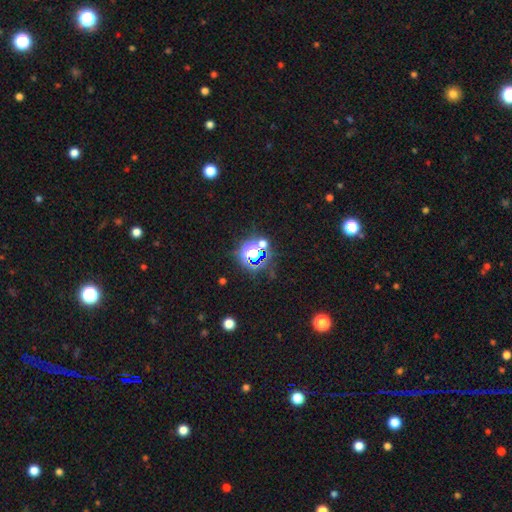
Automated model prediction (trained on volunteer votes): Smooth or featured: star or artifact — 67% (smooth — 24%)